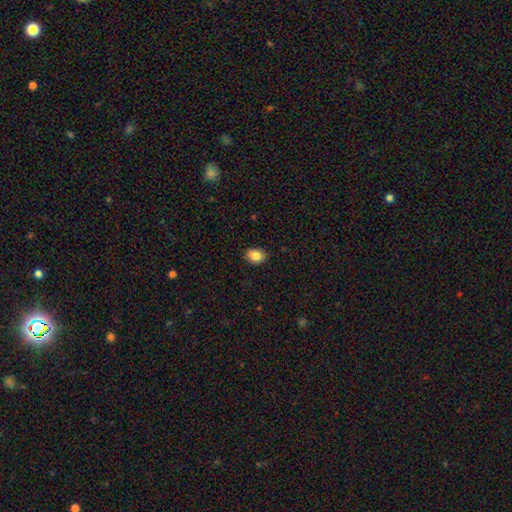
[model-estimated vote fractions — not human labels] Q: Smooth or featured?
A: smooth (83%); runner-up: star or artifact (9%)
Q: How rounded?
A: in between (66%); runner-up: round (33%)
Q: Merging?
A: none (84%); runner-up: minor disturbance (13%)